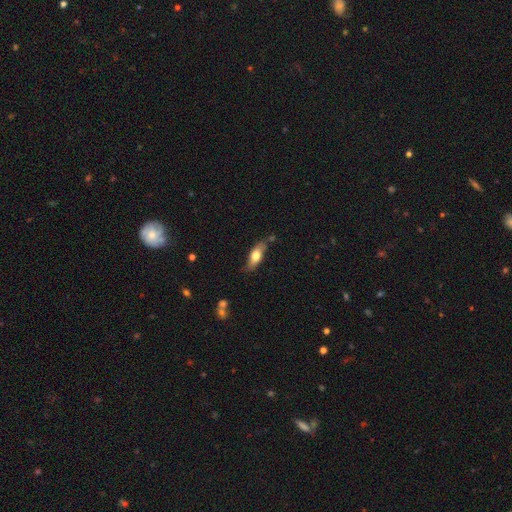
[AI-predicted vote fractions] A smooth galaxy with no disk features (63%) that is in between round and cigar-shaped (67%).

Vote fractions:
- Smooth or featured? smooth: 63% / featured or disk: 31% / star or artifact: 6%
- How rounded? in between: 67% / cigar-shaped: 30% / round: 3%
- Merging? none: 69% / minor disturbance: 22% / major disturbance: 4% / merger: 4%